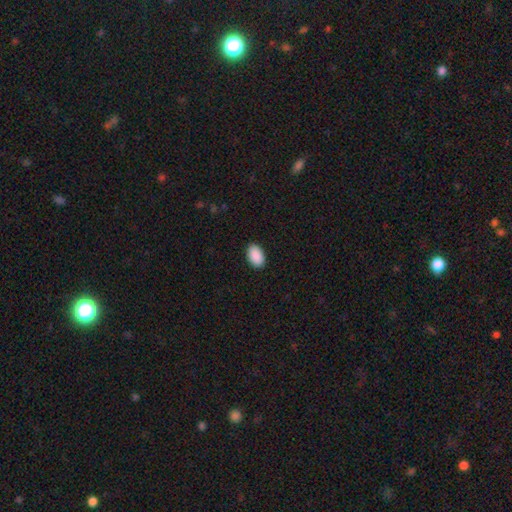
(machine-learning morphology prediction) Smooth or featured? smooth (91%)
How rounded? in between (93%)
Merging? none (91%)